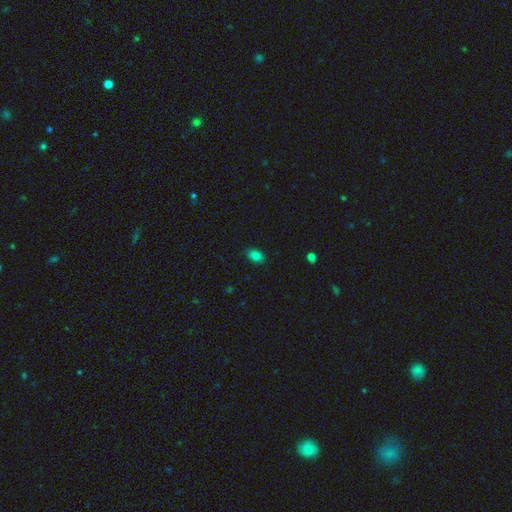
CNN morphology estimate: The model was most divided on "how rounded": in between: 83%, round: 15%, cigar-shaped: 1%. More confident: merging — none (86%); smooth or featured — smooth (83%).